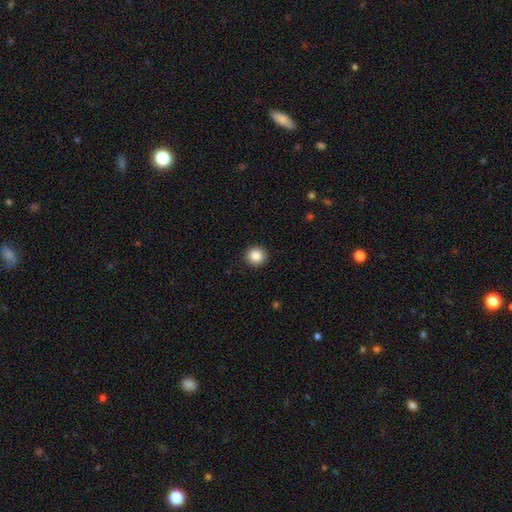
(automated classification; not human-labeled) smooth 87%, star or artifact 9%, featured or disk 4%. Down the decision tree: how rounded — round (93%); merging — none (93%).